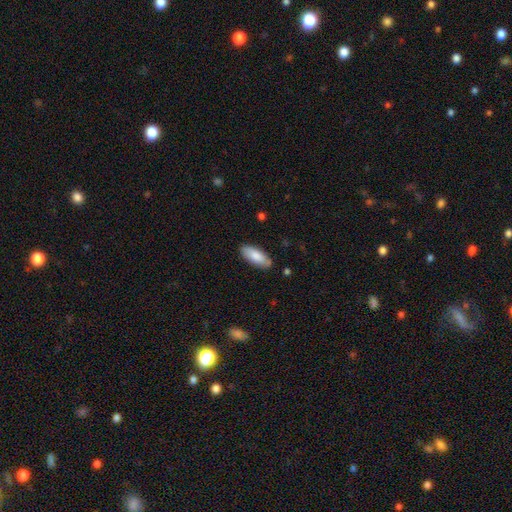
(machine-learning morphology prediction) smooth 83%, featured or disk 11%, star or artifact 6%. Down the decision tree: how rounded — in between (81%); merging — none (83%).